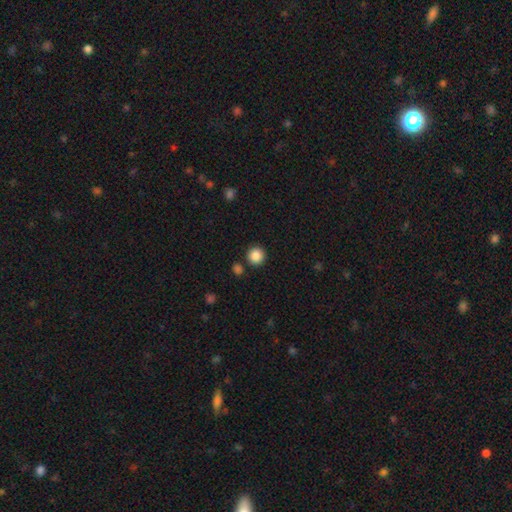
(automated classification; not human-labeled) Q: Smooth or featured?
A: smooth (87%); runner-up: star or artifact (10%)
Q: How rounded?
A: round (95%); runner-up: in between (4%)
Q: Merging?
A: none (88%); runner-up: minor disturbance (6%)